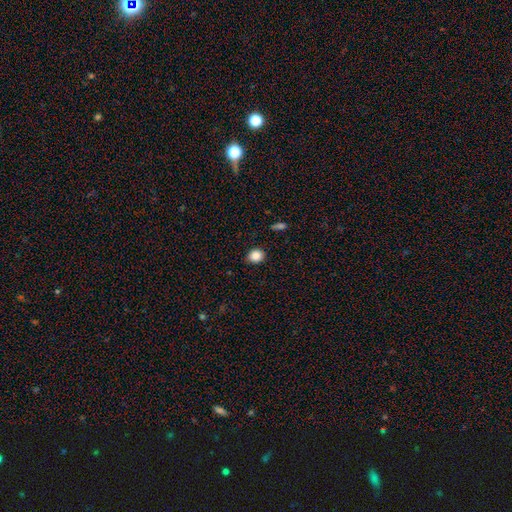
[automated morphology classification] Smooth or featured? Predicted: smooth (p=0.87). How rounded? Predicted: round (p=0.68). Merging? Predicted: none (p=0.88).